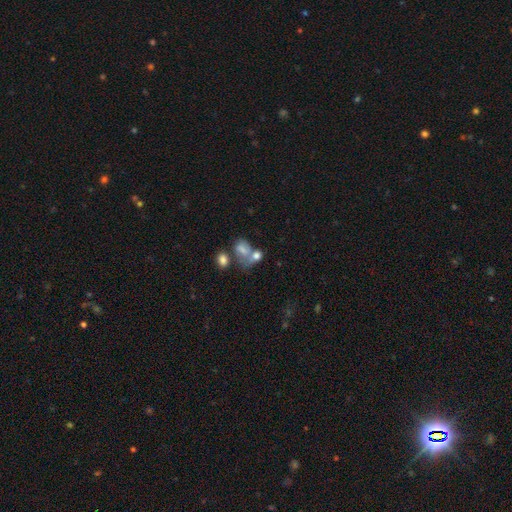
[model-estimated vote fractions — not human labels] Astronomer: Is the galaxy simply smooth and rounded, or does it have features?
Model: smooth — 68%.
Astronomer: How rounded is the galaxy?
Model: in between — 65%.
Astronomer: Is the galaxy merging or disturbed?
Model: merger — 48% (runner-up: none, 25%).